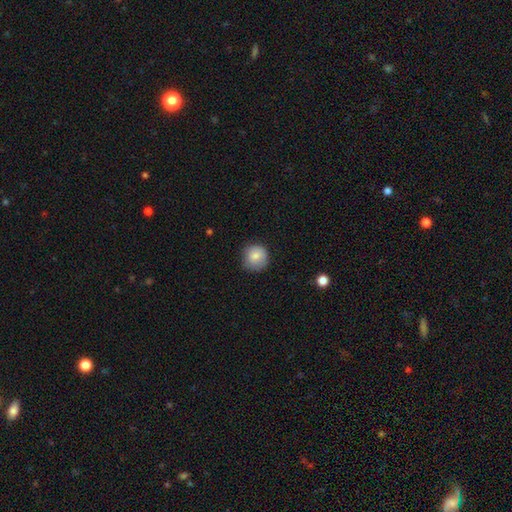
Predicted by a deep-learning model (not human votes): smooth 82%, featured or disk 10%, star or artifact 8%. Down the decision tree: how rounded — round (92%); merging — none (78%).